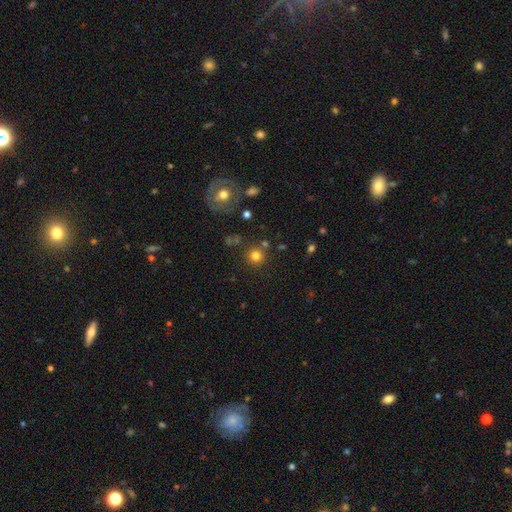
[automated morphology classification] Smooth or featured? Predicted: smooth (p=0.77). How rounded? Predicted: round (p=0.94). Merging? Predicted: none (p=0.80).